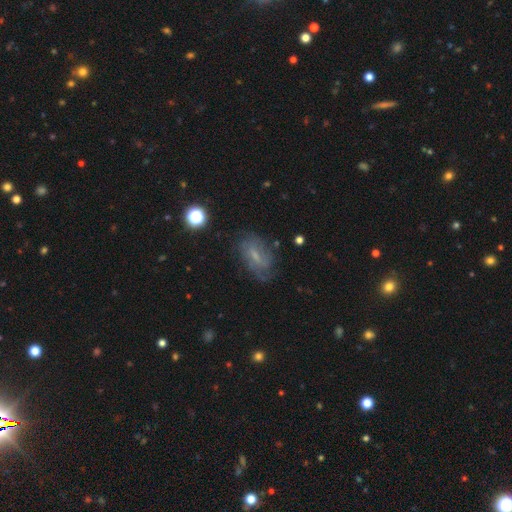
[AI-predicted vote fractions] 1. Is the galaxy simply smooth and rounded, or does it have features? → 60% featured or disk, 28% smooth, 12% star or artifact.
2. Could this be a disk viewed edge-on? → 93% no, 7% yes.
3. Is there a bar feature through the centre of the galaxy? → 53% weak, 31% no, 16% strong.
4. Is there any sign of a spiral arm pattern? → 82% yes, 18% no.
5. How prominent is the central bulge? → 55% small, 27% moderate, 15% none, 2% large, 1% dominant.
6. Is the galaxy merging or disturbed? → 66% none, 21% minor disturbance, 11% major disturbance, 2% merger.